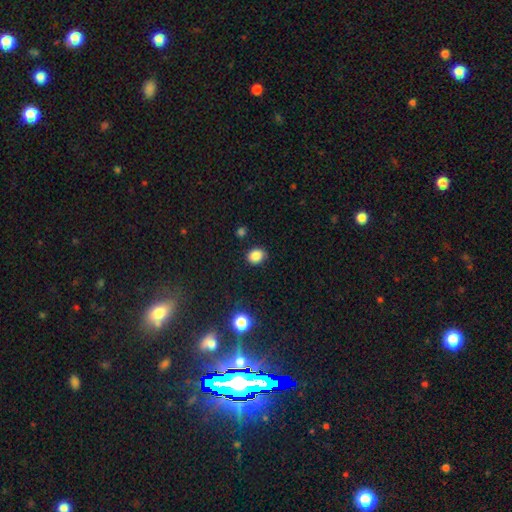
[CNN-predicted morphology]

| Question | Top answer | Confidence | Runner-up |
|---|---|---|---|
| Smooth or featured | smooth | 85% | star or artifact (11%) |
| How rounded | round | 65% | in between (34%) |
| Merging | none | 83% | minor disturbance (13%) |